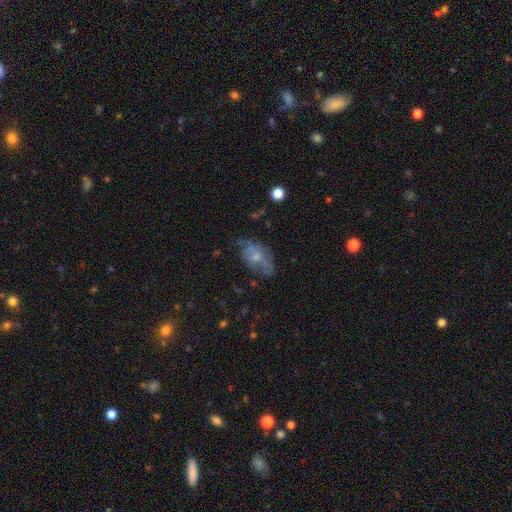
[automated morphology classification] This appears to be a featured or disk galaxy (53%). Merging: none (45%).